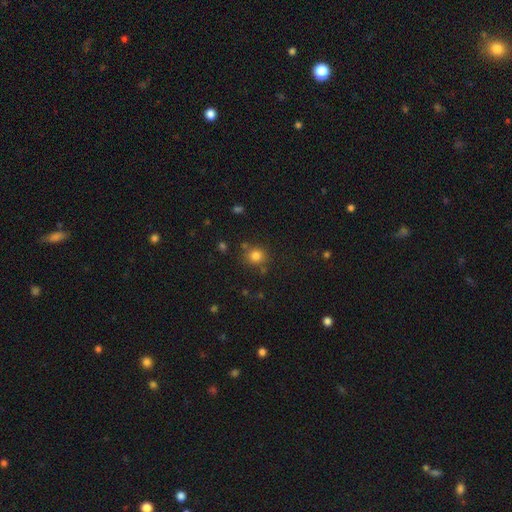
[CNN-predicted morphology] Smooth or featured? smooth (81%)
How rounded? round (84%)
Merging? none (78%)